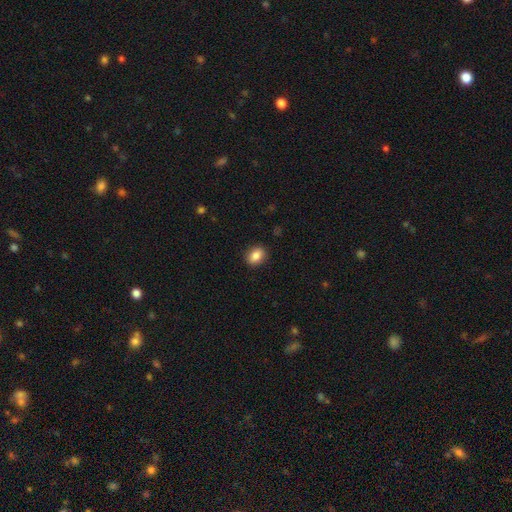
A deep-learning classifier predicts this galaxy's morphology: This appears to be a smooth galaxy with no disk features (85%) that is in between round and cigar-shaped (65%). Merging: none (89%).